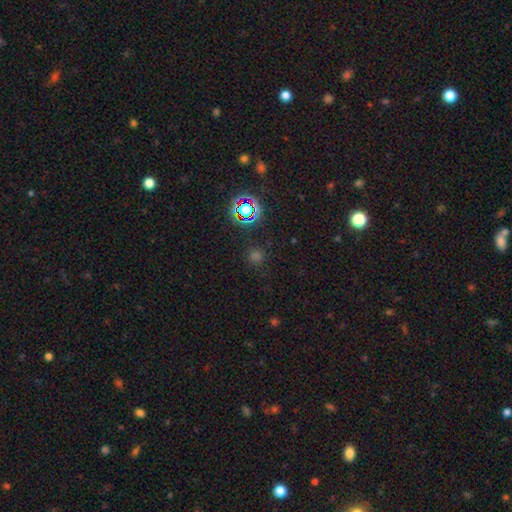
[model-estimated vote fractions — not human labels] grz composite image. It shows a star or artifact, not a galaxy (52%).